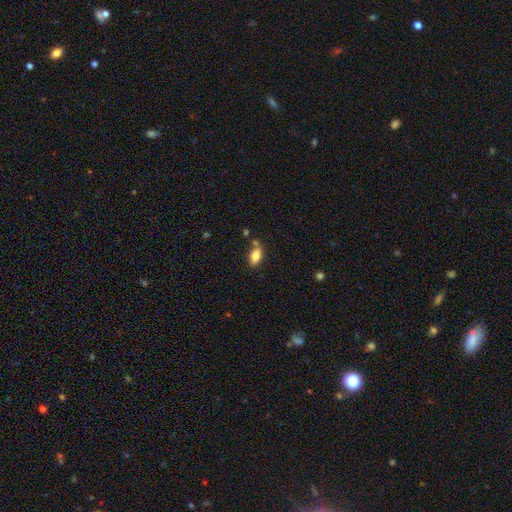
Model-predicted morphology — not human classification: Smooth or featured? smooth (81%)
How rounded? in between (89%)
Merging? none (69%)